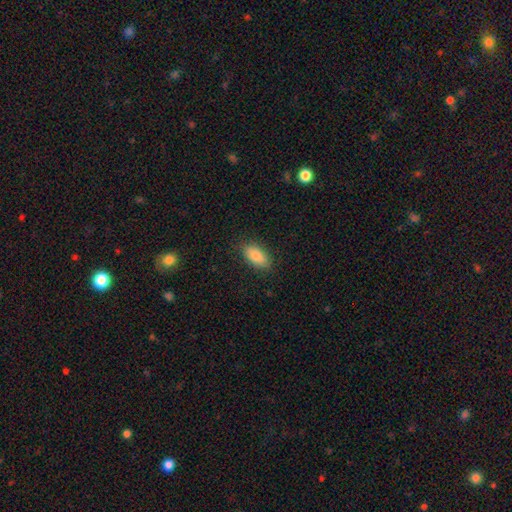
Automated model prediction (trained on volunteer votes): The model was most divided on "merging": none: 86%, minor disturbance: 11%, major disturbance: 2%, merger: 1%. More confident: how rounded — in between (91%); smooth or featured — smooth (85%).